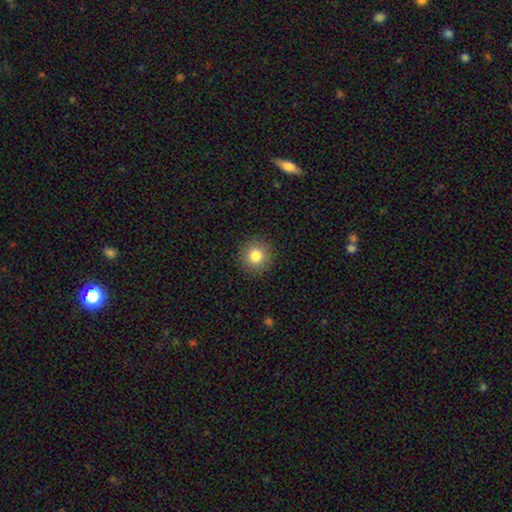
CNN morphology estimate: The model was most divided on "smooth or featured": smooth: 82%, star or artifact: 11%, featured or disk: 7%. More confident: how rounded — round (94%); merging — none (91%).